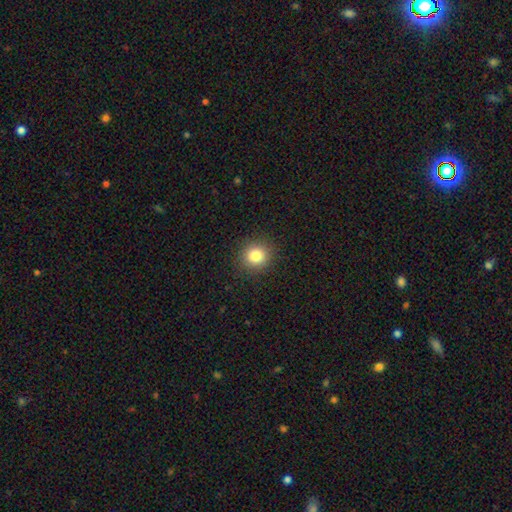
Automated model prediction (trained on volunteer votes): smooth 82%, star or artifact 12%, featured or disk 6%. Down the decision tree: how rounded — round (87%); merging — none (90%).